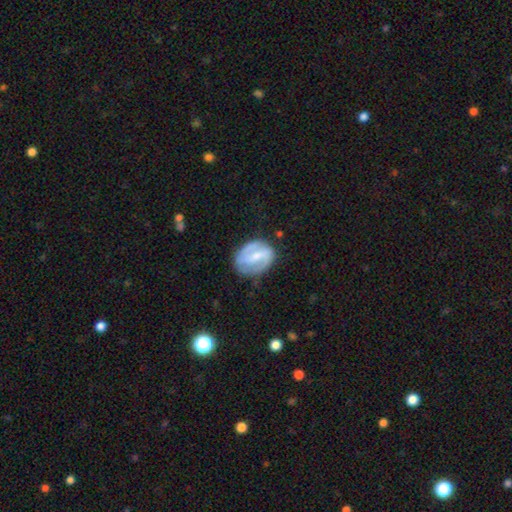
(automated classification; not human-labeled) featured or disk 73%, smooth 22%, star or artifact 5%. Down the decision tree: edge-on disk — no (97%); bar — strong (47%); spiral arms — yes (81%); spiral arm count — 2 (79%); spiral winding — medium (43%); bulge size — small (49%); merging — none (72%).